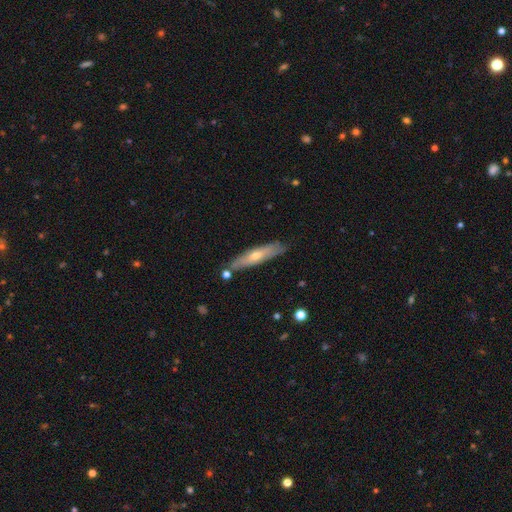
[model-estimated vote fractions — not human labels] The model was most divided on "smooth or featured": featured or disk: 49%, smooth: 44%, star or artifact: 7%. More confident: merging — none (80%).